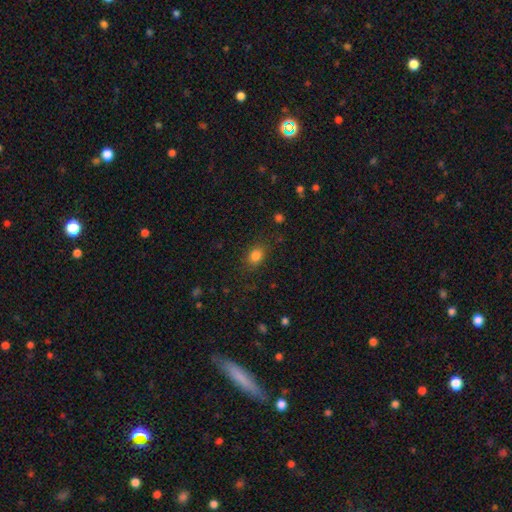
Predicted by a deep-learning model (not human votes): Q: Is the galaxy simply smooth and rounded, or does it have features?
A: smooth — 83%.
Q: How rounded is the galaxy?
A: in between — 63%.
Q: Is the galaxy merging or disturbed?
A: none — 81%.